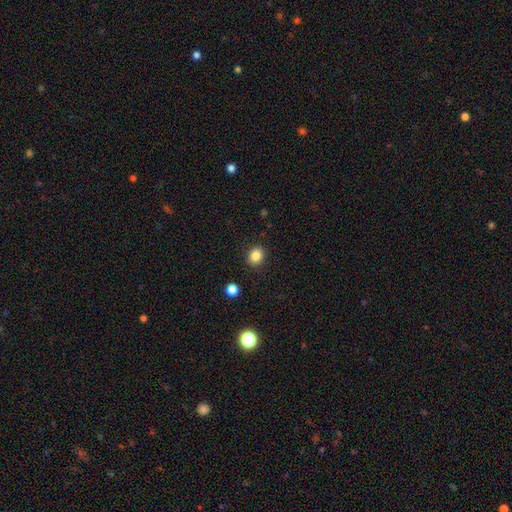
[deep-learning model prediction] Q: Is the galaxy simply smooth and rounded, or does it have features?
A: smooth — 85%.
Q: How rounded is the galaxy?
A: round — 65%.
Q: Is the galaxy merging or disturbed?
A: none — 90%.